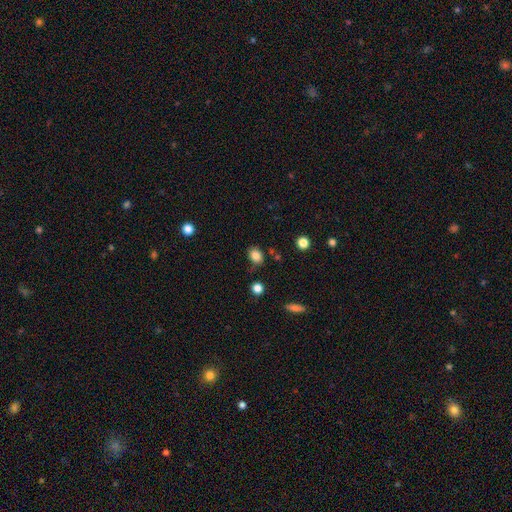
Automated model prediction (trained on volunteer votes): A smooth galaxy with no disk features (83%) that is in between round and cigar-shaped (60%). Merging: none (71%).